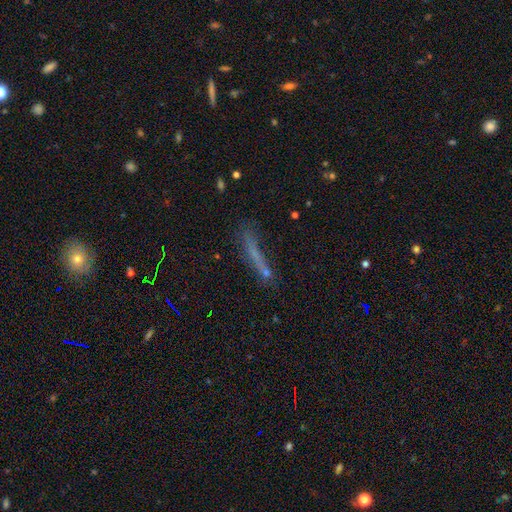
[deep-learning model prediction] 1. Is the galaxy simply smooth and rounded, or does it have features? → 54% smooth, 28% featured or disk, 17% star or artifact.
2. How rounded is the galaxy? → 91% cigar-shaped, 7% in between, 2% round.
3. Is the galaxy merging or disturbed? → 61% none, 20% minor disturbance, 12% major disturbance, 7% merger.